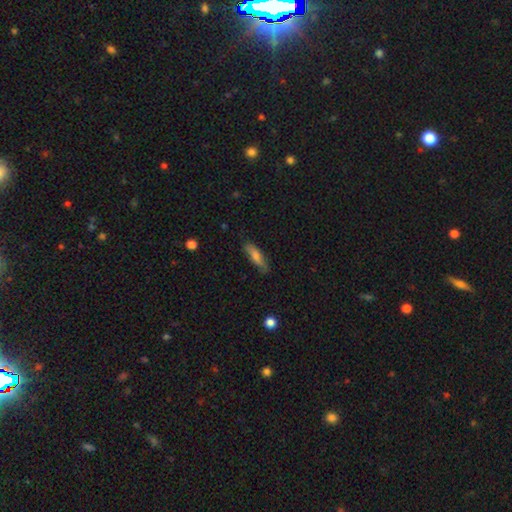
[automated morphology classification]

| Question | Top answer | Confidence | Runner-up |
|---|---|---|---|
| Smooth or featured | smooth | 70% | featured or disk (24%) |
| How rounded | cigar-shaped | 59% | in between (39%) |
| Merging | none | 78% | minor disturbance (17%) |